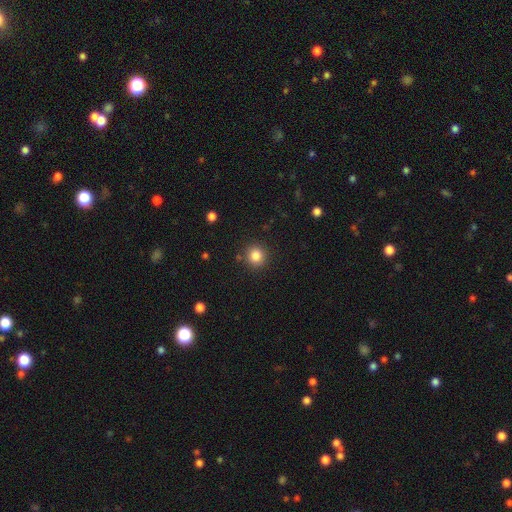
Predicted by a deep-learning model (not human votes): The model was most divided on "smooth or featured": smooth: 83%, star or artifact: 12%, featured or disk: 5%. More confident: how rounded — round (92%); merging — none (88%).